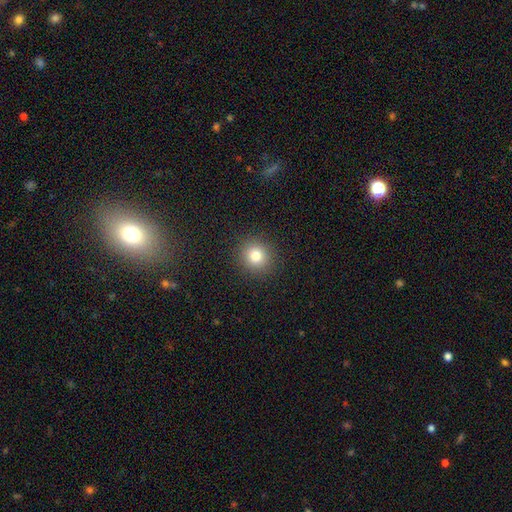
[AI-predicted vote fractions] smooth_or_featured: smooth (p=0.80) [alt: star or artifact p=0.13]
how_rounded: round (p=0.89) [alt: in between p=0.10]
merging: none (p=0.91) [alt: minor disturbance p=0.06]